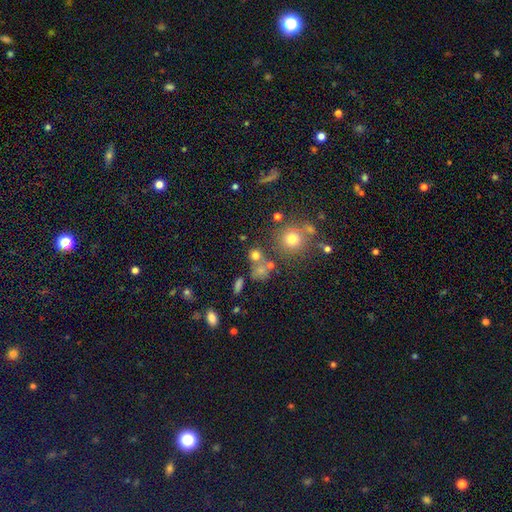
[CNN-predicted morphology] A smooth galaxy with no disk features (69%) that is round (81%).

Vote fractions:
- Smooth or featured? smooth: 69% / star or artifact: 21% / featured or disk: 10%
- How rounded? round: 81% / in between: 18% / cigar-shaped: 2%
- Merging? none: 62% / merger: 22% / minor disturbance: 11% / major disturbance: 6%